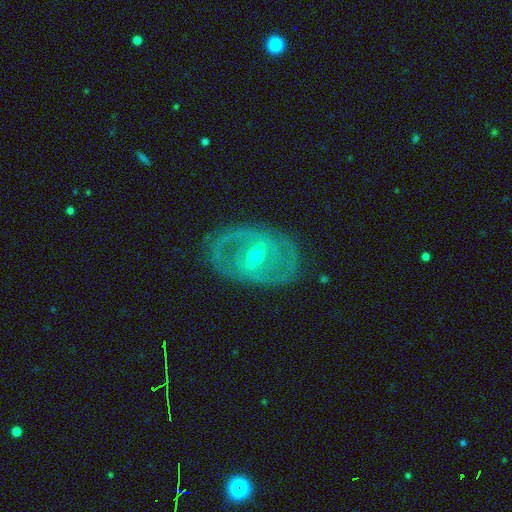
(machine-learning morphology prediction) A featured or disk galaxy (82%) with a strong bar (44%), 2 (66%) tight (46%) spiral arms (70%) and a small central bulge (50%). Merging: none (79%).